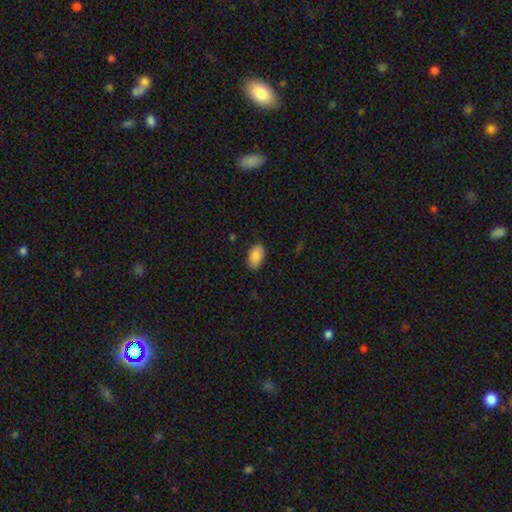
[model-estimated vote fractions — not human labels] A smooth galaxy with no disk features (87%) that is in between round and cigar-shaped (94%).

Vote fractions:
- Smooth or featured? smooth: 87% / featured or disk: 7% / star or artifact: 7%
- How rounded? in between: 94% / round: 5% / cigar-shaped: 2%
- Merging? none: 86% / minor disturbance: 11% / major disturbance: 2% / merger: 1%